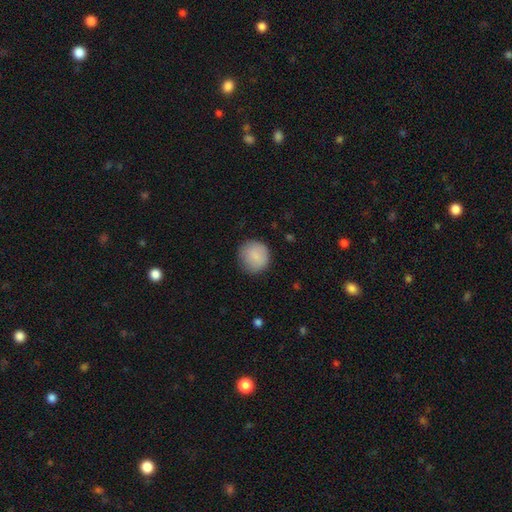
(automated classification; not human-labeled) Q: Smooth or featured?
A: smooth (86%); runner-up: star or artifact (7%)
Q: How rounded?
A: round (90%); runner-up: in between (9%)
Q: Merging?
A: none (80%); runner-up: minor disturbance (15%)